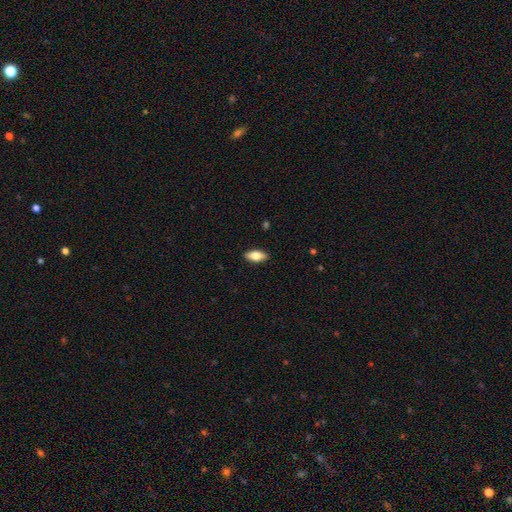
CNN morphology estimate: A smooth galaxy with no disk features (76%) that is in between round and cigar-shaped (84%).

Vote fractions:
- Smooth or featured? smooth: 76% / featured or disk: 18% / star or artifact: 6%
- How rounded? in between: 84% / cigar-shaped: 13% / round: 3%
- Merging? none: 90% / minor disturbance: 8% / major disturbance: 2% / merger: 1%